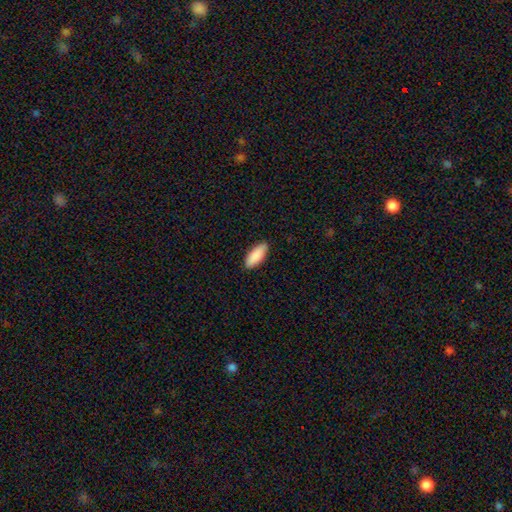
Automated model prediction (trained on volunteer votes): Smooth or featured: smooth — 90% (star or artifact — 5%)
How rounded: in between — 77% (cigar-shaped — 22%)
Merging: none — 89% (minor disturbance — 8%)